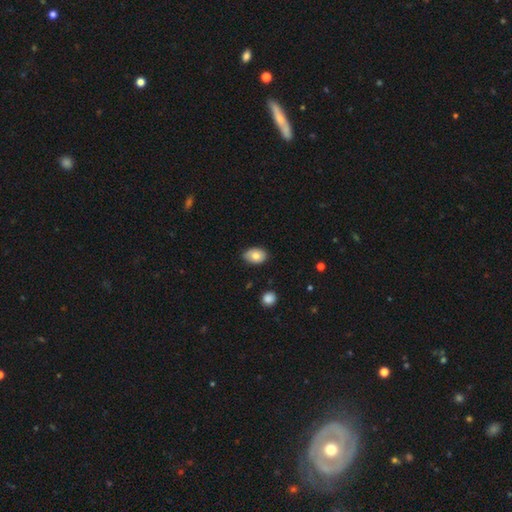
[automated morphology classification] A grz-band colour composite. It shows a smooth galaxy with no disk features (77%) that is in between round and cigar-shaped (83%). Merging: none (81%).